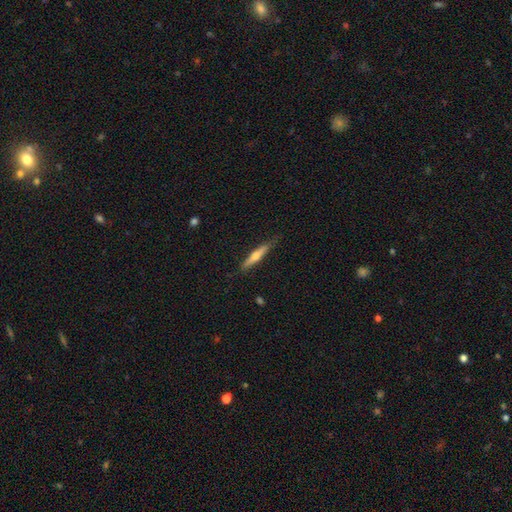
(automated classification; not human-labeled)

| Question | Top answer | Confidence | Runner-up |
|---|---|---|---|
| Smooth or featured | featured or disk | 47% | tied: smooth (47%) |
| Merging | none | 79% | minor disturbance (17%) |